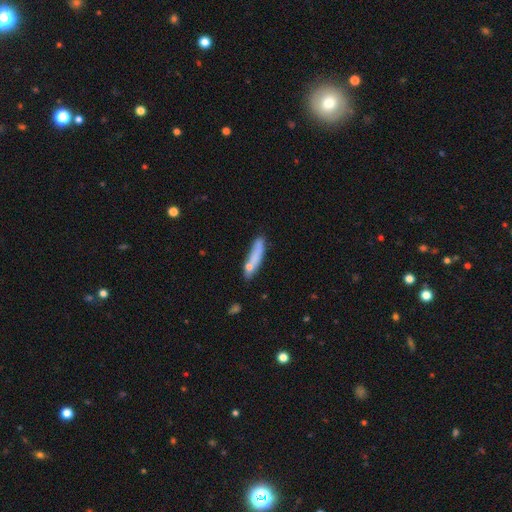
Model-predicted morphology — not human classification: Overall: smooth (73%). How rounded: cigar-shaped (82%). Merging: none (60%; minor disturbance 21%).